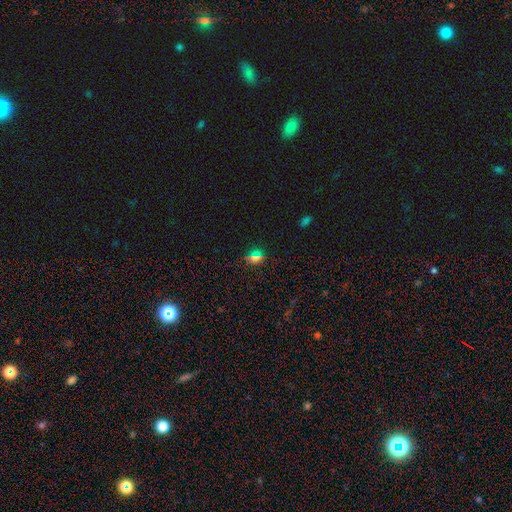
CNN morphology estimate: Smooth or featured?
  - smooth: 53% *
  - star or artifact: 37%
  - featured or disk: 10%
How rounded?
  - round: 69% *
  - in between: 26%
  - cigar-shaped: 5%
Merging?
  - none: 83% *
  - minor disturbance: 10%
  - major disturbance: 4%
  - merger: 3%